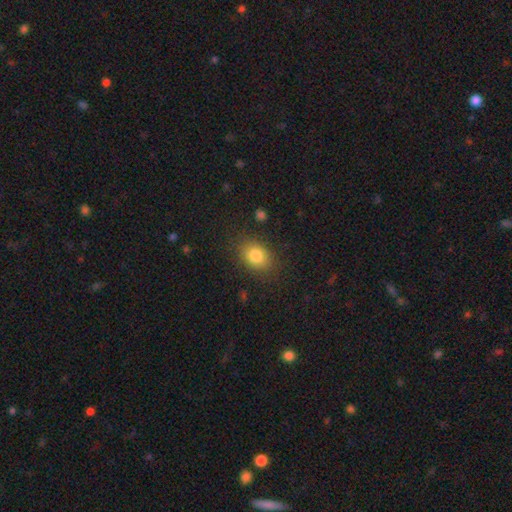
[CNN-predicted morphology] Smooth or featured?
  - smooth: 83% *
  - star or artifact: 10%
  - featured or disk: 8%
How rounded?
  - in between: 64% *
  - round: 35%
  - cigar-shaped: 1%
Merging?
  - none: 82% *
  - minor disturbance: 12%
  - major disturbance: 4%
  - merger: 2%